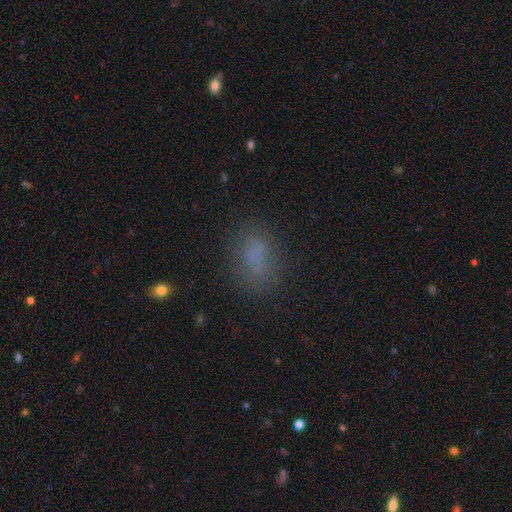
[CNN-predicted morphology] smooth-or-featured: smooth: 76% | star or artifact: 14% | featured or disk: 10%
  how-rounded: in between: 81% | round: 15% | cigar-shaped: 4%
  merging: none: 72% | minor disturbance: 17% | major disturbance: 9% | merger: 2%